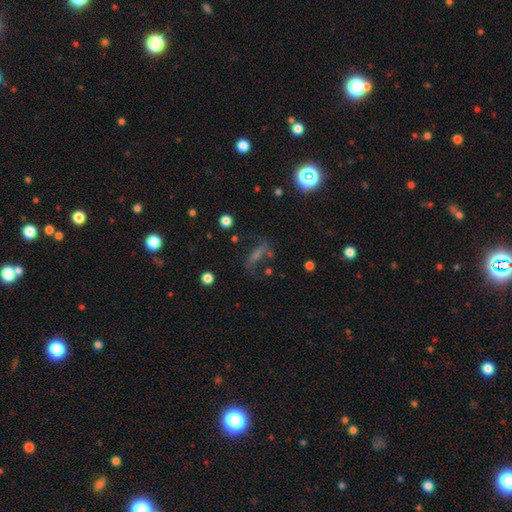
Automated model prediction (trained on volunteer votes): This appears to be a smooth galaxy with no disk features (35%, tied with featured or disk). Merging: none (54%).